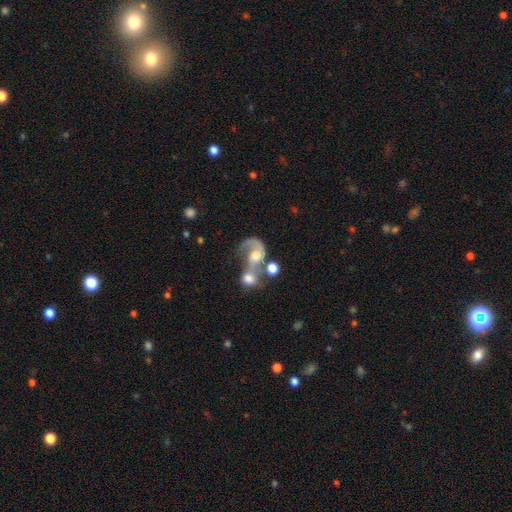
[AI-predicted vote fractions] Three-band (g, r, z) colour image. It shows a featured or disk galaxy (69%) with no bar (65%), 1 (61%) loose (49%) spiral arms (83%) and a moderate central bulge (54%). Merging: merger (60%).